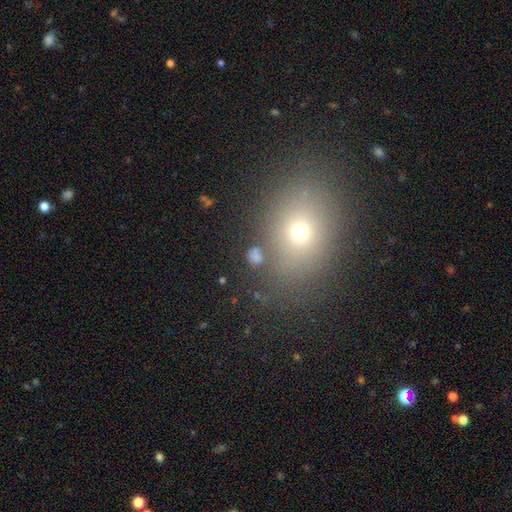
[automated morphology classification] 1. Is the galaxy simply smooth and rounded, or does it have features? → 62% smooth, 24% star or artifact, 14% featured or disk.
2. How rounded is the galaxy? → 55% in between, 43% round, 2% cigar-shaped.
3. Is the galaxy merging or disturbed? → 76% none, 12% minor disturbance, 7% merger, 6% major disturbance.